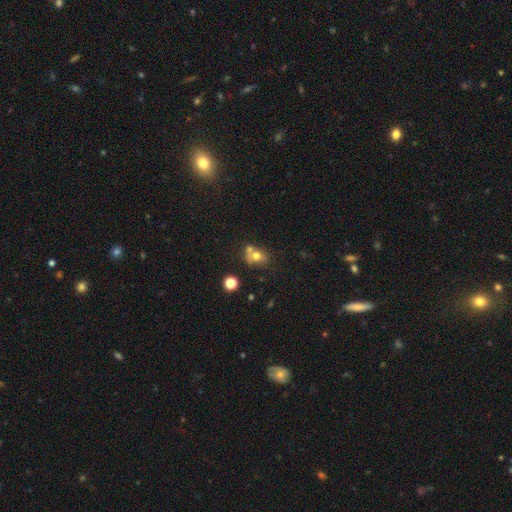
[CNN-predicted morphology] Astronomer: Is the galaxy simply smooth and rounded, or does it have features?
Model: smooth — 68%.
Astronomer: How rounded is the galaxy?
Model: round — 51% (runner-up: in between, 47%).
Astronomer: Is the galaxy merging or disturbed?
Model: merger — 40% (runner-up: none, 38%).